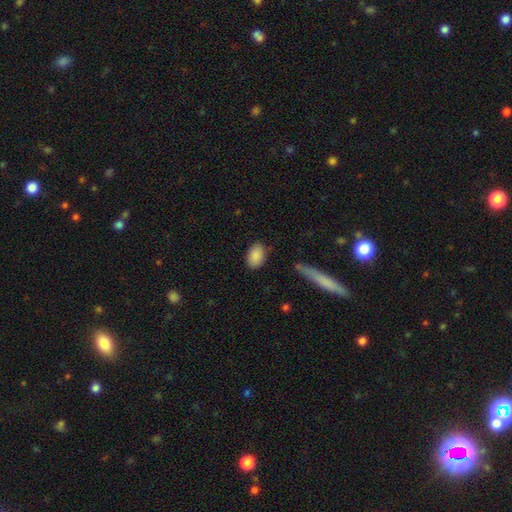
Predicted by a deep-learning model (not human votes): Overall: smooth (89%). How rounded: in between (87%). Merging: none (83%).